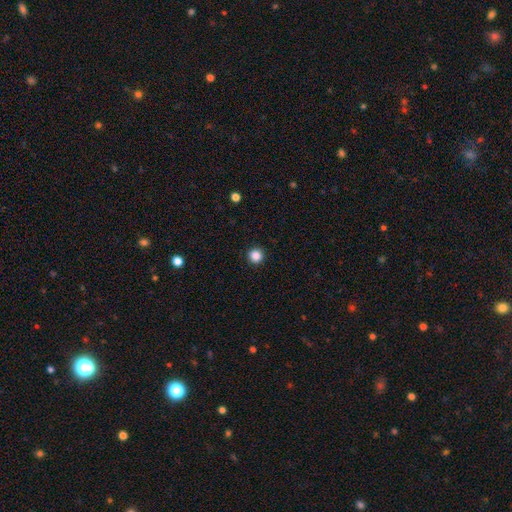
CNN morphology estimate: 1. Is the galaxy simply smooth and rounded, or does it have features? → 87% smooth, 11% star or artifact, 3% featured or disk.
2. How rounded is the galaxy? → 96% round, 3% in between, 1% cigar-shaped.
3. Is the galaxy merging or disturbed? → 93% none, 4% minor disturbance, 2% major disturbance, 1% merger.